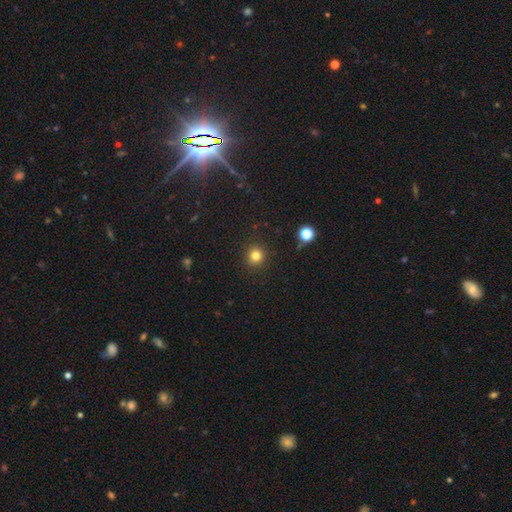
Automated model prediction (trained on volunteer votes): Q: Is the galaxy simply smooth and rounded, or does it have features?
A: smooth — 82%.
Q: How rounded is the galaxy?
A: round — 92%.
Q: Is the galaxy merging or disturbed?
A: none — 91%.